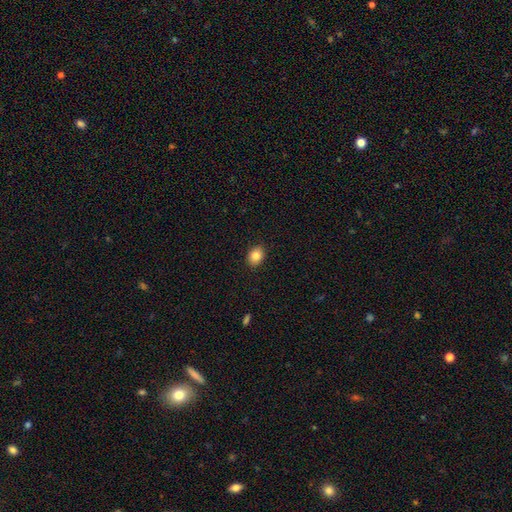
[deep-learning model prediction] This is clearly a smooth galaxy (84%). How rounded: likely in between (60%). Merging: clearly none (89%).